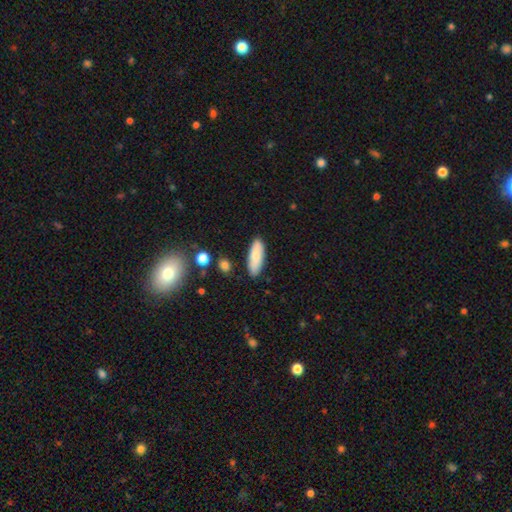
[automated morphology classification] Smooth or featured: smooth — 80% (featured or disk — 13%)
How rounded: in between — 66% (cigar-shaped — 32%)
Merging: none — 85% (minor disturbance — 10%)